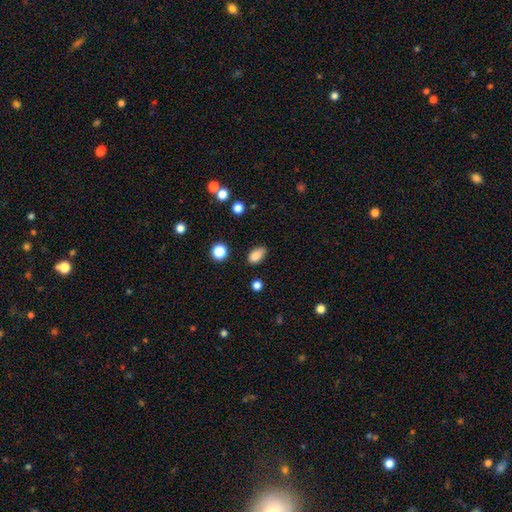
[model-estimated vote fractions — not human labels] Morphology: type=smooth (85%); roundness=in between (87%); merging=none (74%).